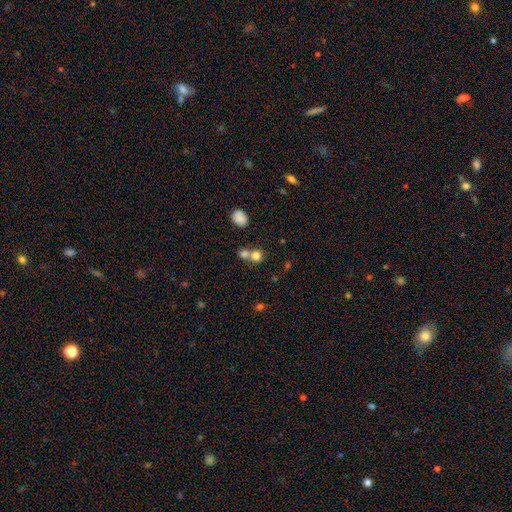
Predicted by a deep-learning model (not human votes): smooth-or-featured: smooth: 79% | star or artifact: 12% | featured or disk: 9%
  how-rounded: round: 83% | in between: 16% | cigar-shaped: 1%
  merging: merger: 48% | none: 43% | minor disturbance: 6% | major disturbance: 3%